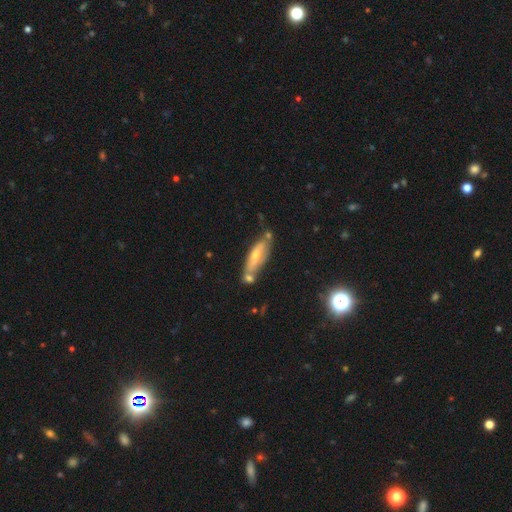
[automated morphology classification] Smooth or featured: featured or disk — 51% (smooth — 43%)
Edge-on disk: no — 52% (yes — 48%)
Merging: none — 50% (merger — 23%)